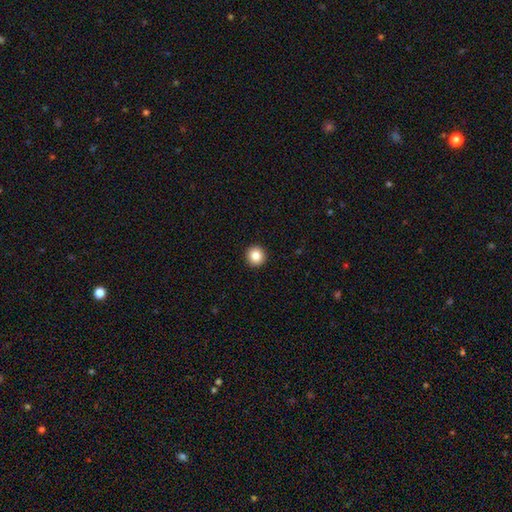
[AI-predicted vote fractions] The model was most divided on "smooth or featured": smooth: 85%, star or artifact: 10%, featured or disk: 5%. More confident: how rounded — round (95%); merging — none (94%).